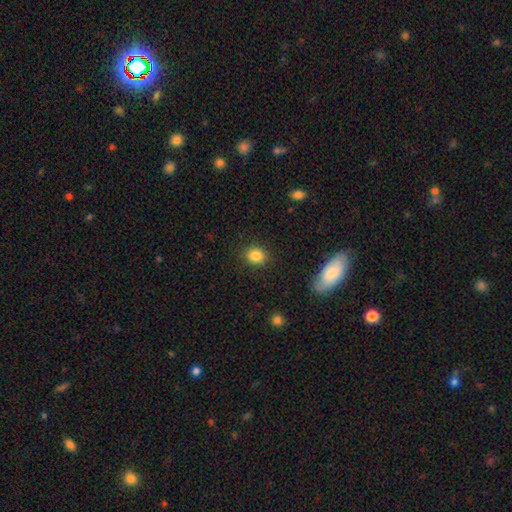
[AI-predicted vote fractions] Overall: smooth (84%). How rounded: round (63%; in between 36%). Merging: none (88%).